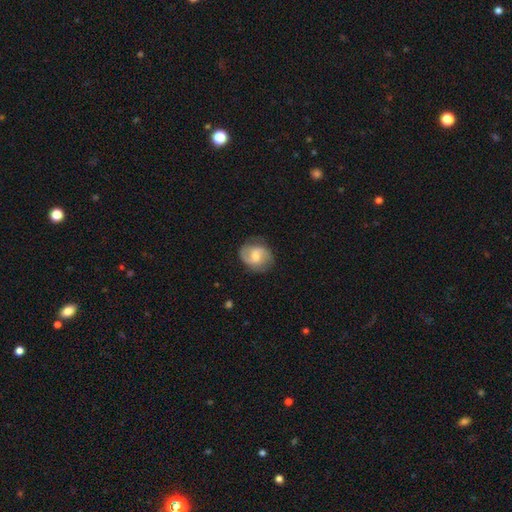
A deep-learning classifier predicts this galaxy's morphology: Smooth or featured? Predicted: featured or disk (p=0.67). Edge-on disk? Predicted: no (p=0.98). Bar? Predicted: weak (p=0.56). Spiral arms? Predicted: yes (p=0.91). Spiral winding? Predicted: medium (p=0.48). Spiral arm count? Predicted: 2 (p=0.86). Bulge size? Predicted: moderate (p=0.53). Merging? Predicted: none (p=0.76).